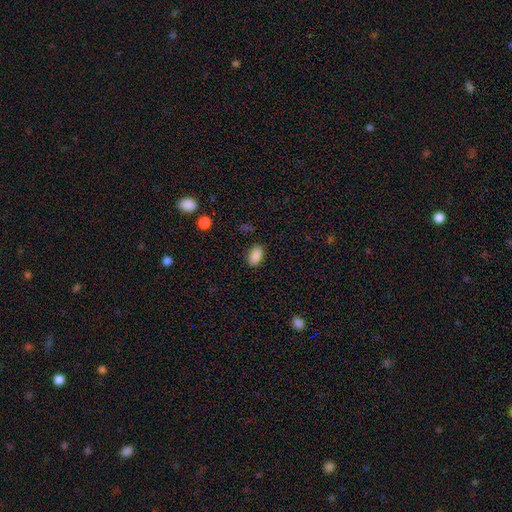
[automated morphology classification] Smooth or featured? smooth (88%)
How rounded? in between (90%)
Merging? none (84%)